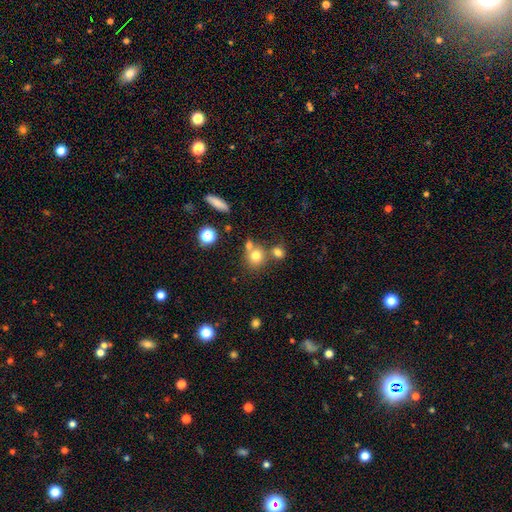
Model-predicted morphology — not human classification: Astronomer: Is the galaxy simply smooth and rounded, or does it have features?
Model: smooth — 75%.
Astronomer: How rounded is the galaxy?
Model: round — 83%.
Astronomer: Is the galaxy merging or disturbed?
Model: none — 56%.